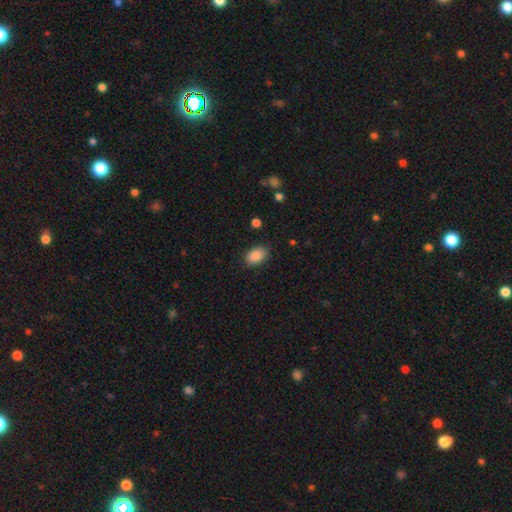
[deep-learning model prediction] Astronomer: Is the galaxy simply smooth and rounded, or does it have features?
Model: smooth — 88%.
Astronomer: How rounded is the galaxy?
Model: in between — 88%.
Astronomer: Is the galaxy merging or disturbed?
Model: none — 84%.